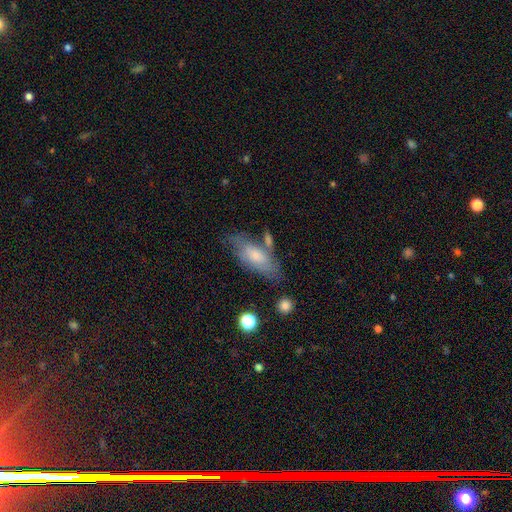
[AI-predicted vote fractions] smooth-or-featured: smooth: 61% | featured or disk: 32% | star or artifact: 7%
  how-rounded: in between: 77% | cigar-shaped: 20% | round: 3%
  merging: none: 53% | minor disturbance: 25% | major disturbance: 12% | merger: 11%